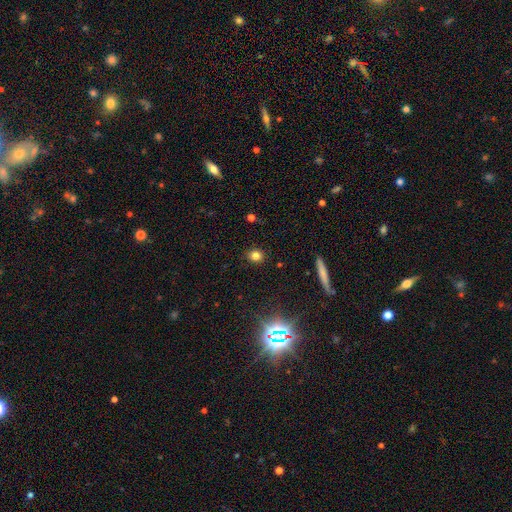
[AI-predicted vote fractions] Smooth or featured? Predicted: smooth (p=0.78). How rounded? Predicted: round (p=0.76). Merging? Predicted: none (p=0.89).